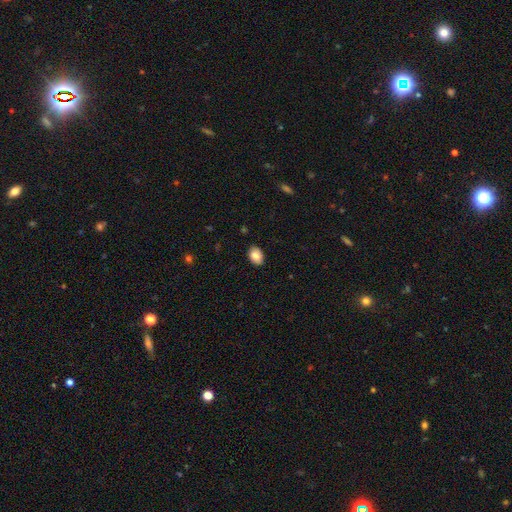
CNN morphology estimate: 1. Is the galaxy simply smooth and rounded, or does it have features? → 85% smooth, 8% featured or disk, 7% star or artifact.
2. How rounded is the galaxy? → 80% in between, 19% round, 1% cigar-shaped.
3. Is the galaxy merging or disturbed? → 87% none, 10% minor disturbance, 2% major disturbance, 1% merger.